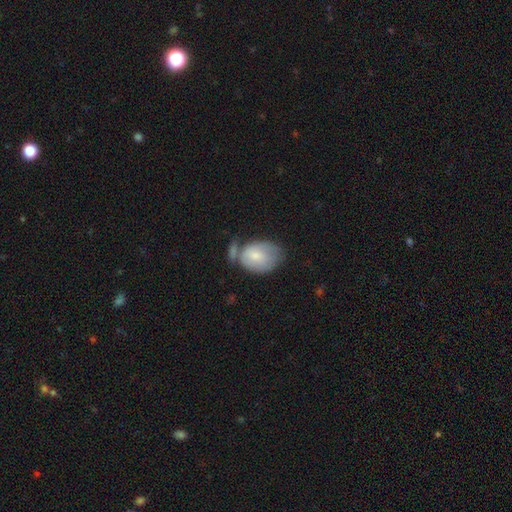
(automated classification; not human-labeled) Smooth or featured: smooth — 73% (featured or disk — 21%)
How rounded: in between — 71% (round — 28%)
Merging: none — 34% (merger — 27%)